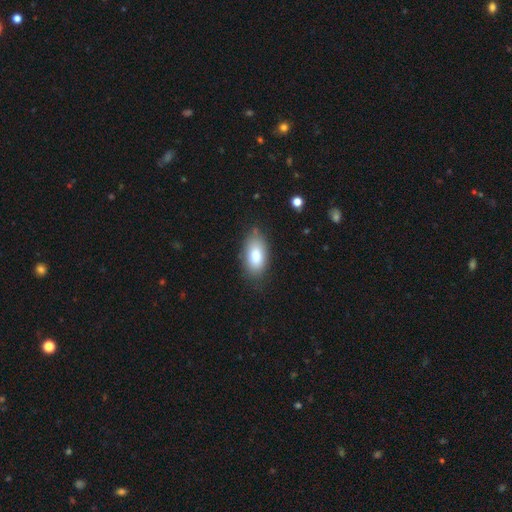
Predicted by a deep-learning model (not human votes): This is clearly a smooth galaxy (80%). How rounded: clearly in between (92%). Merging: likely none (77%).